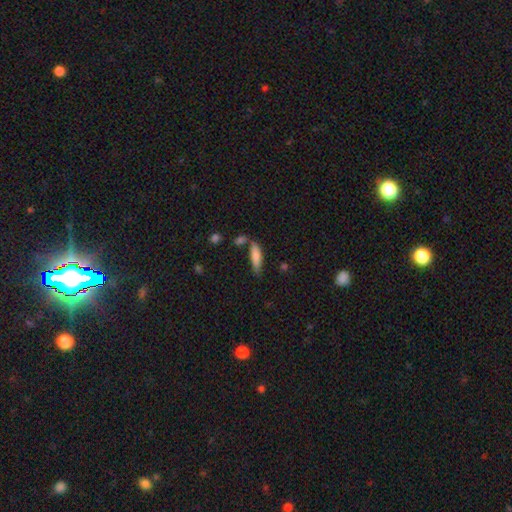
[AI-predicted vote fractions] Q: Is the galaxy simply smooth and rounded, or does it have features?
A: smooth — 78%.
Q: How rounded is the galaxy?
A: cigar-shaped — 62%.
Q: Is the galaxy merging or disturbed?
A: none — 60%.